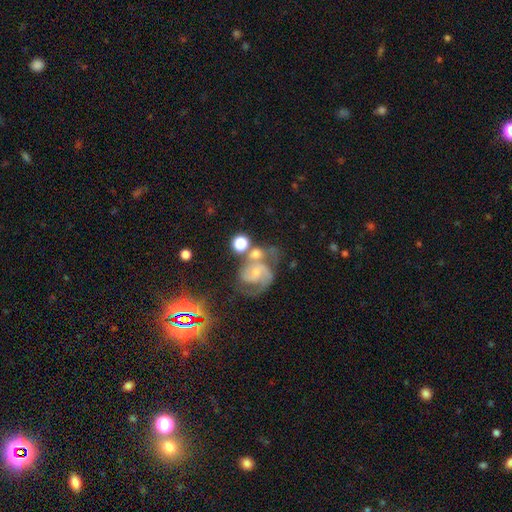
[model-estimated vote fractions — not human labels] This appears to be a featured or disk galaxy (71%) with no bar (50%), 2 (78%) medium (52%) spiral arms (95%) and a small central bulge (62%). Merging: none (47%).